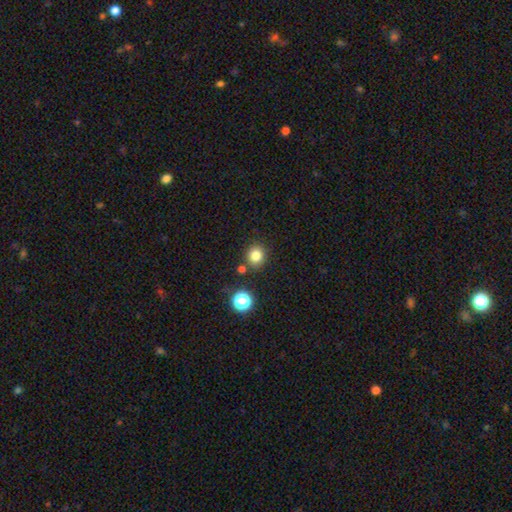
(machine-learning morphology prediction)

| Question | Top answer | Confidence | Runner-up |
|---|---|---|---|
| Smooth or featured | smooth | 80% | star or artifact (14%) |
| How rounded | round | 85% | in between (14%) |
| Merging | none | 82% | minor disturbance (8%) |